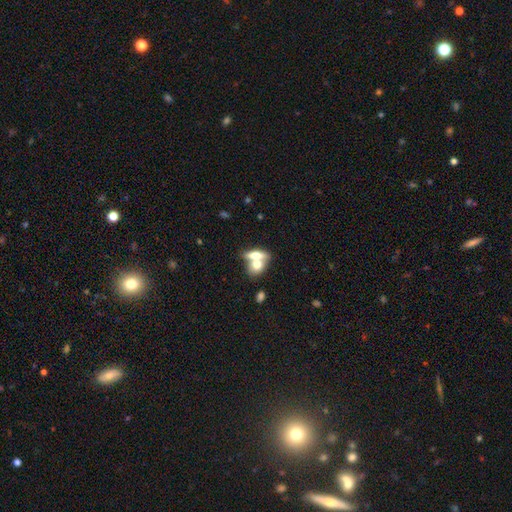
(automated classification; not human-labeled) A smooth galaxy with no disk features (62%) that is in between round and cigar-shaped (64%). Merging: merger (62%).